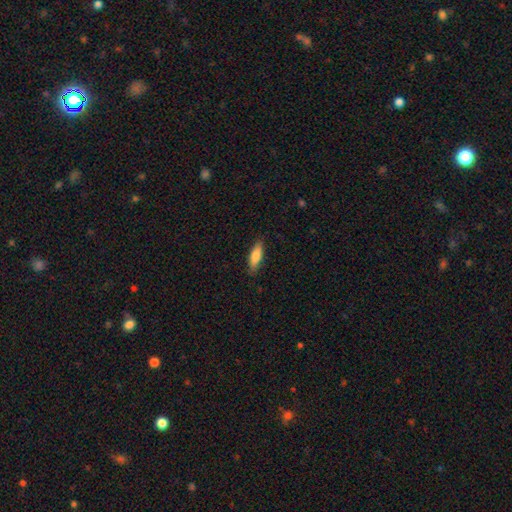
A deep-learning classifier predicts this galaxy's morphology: The model was most divided on "how rounded": cigar-shaped: 53%, in between: 46%, round: 2%. More confident: merging — none (85%); smooth or featured — smooth (79%).